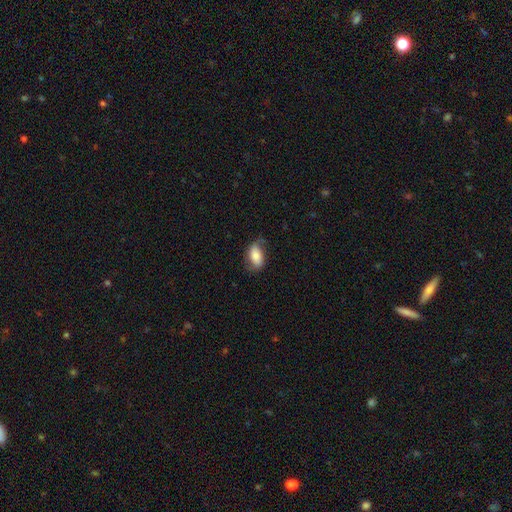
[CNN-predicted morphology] Smooth or featured?
  - smooth: 65% *
  - featured or disk: 28%
  - star or artifact: 8%
How rounded?
  - in between: 90% *
  - round: 7%
  - cigar-shaped: 3%
Merging?
  - none: 60% *
  - minor disturbance: 27%
  - major disturbance: 11%
  - merger: 1%